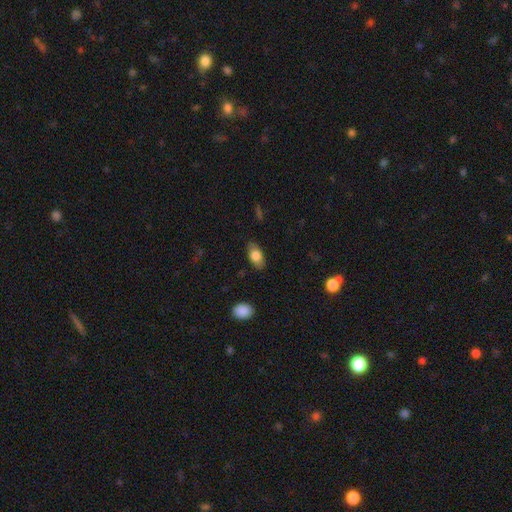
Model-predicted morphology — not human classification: Smooth or featured? smooth (78%)
How rounded? in between (90%)
Merging? none (82%)